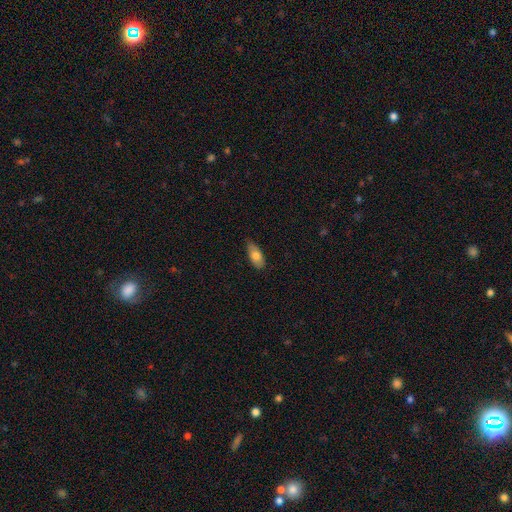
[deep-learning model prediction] A smooth galaxy with no disk features (74%) that is in between round and cigar-shaped (86%).

Vote fractions:
- Smooth or featured? smooth: 74% / featured or disk: 19% / star or artifact: 7%
- How rounded? in between: 86% / cigar-shaped: 11% / round: 3%
- Merging? none: 76% / minor disturbance: 21% / major disturbance: 3% / merger: 1%